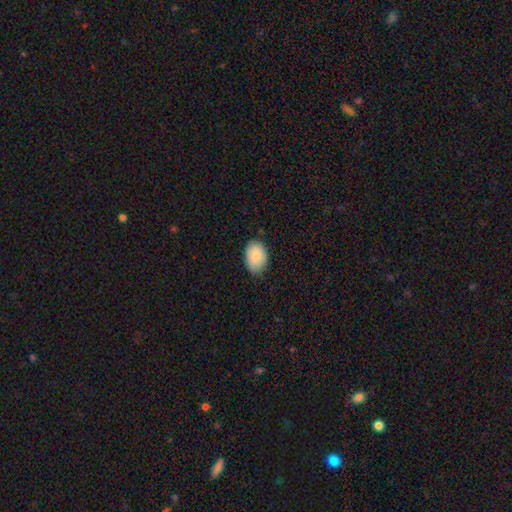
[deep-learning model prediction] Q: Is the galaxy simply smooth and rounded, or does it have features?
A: smooth — 84%.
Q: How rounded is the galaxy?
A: in between — 82%.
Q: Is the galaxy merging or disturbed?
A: none — 73%.